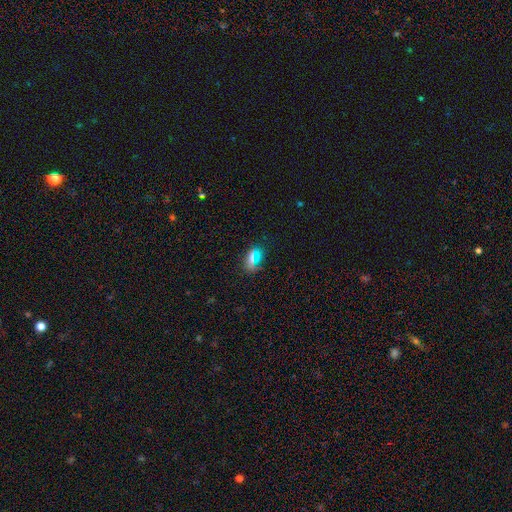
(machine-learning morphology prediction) type=smooth (60%); roundness=in between (70%); merging=none (72%).